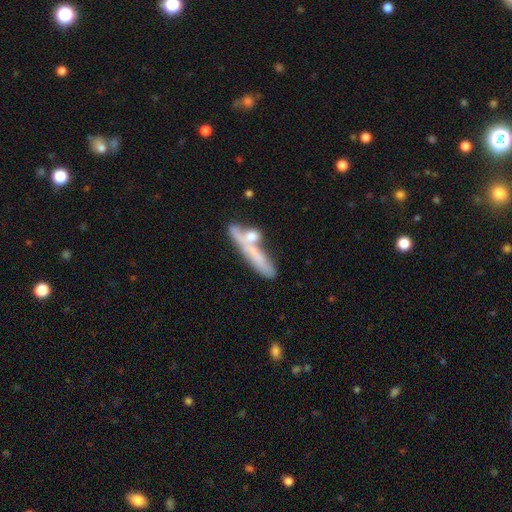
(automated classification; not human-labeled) smooth 55%, featured or disk 37%, star or artifact 8%. Down the decision tree: how rounded — cigar-shaped (76%); merging — merger (41%).